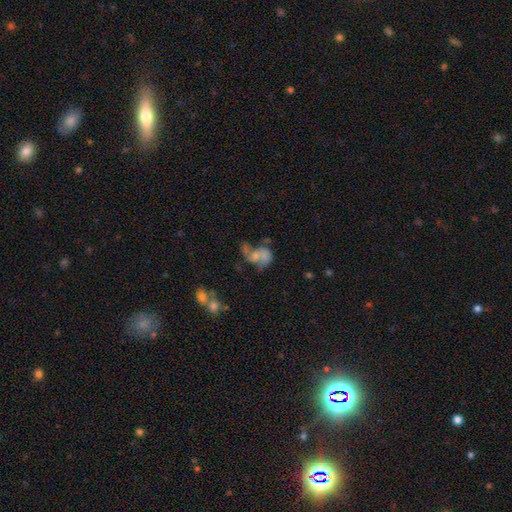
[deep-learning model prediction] This is possibly a featured or disk galaxy (46%). Merging: marginally merger (42%).